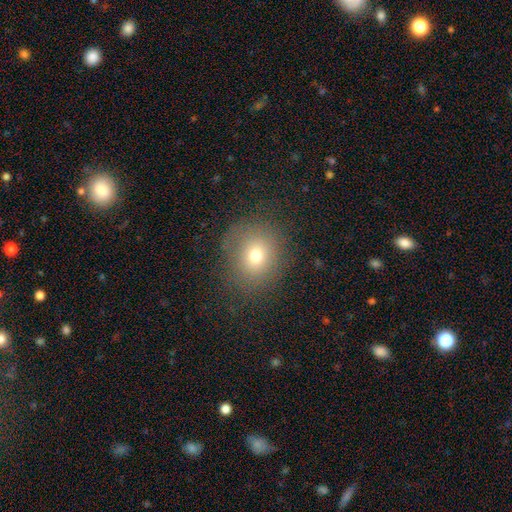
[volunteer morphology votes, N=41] Smooth or featured? smooth (78%)
How rounded? round (81%)
Merging? none (76%)